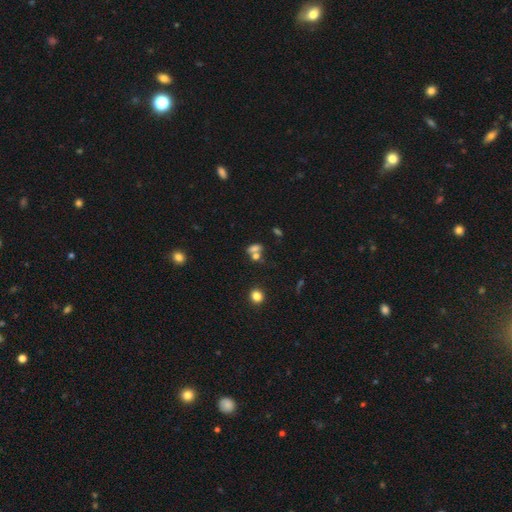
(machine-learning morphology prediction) Smooth or featured: smooth — 65% (star or artifact — 19%)
How rounded: in between — 61% (round — 35%)
Merging: merger — 51% (none — 34%)